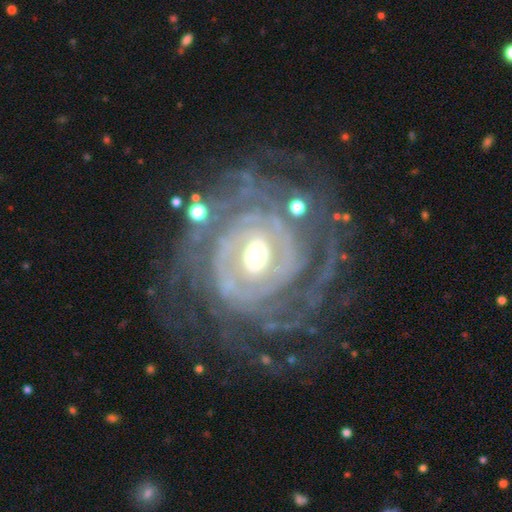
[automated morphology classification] A featured or disk galaxy (90%) with no bar (45%), tight (78%) spiral arms (95%) and a moderate central bulge (66%). Merging: none (69%).